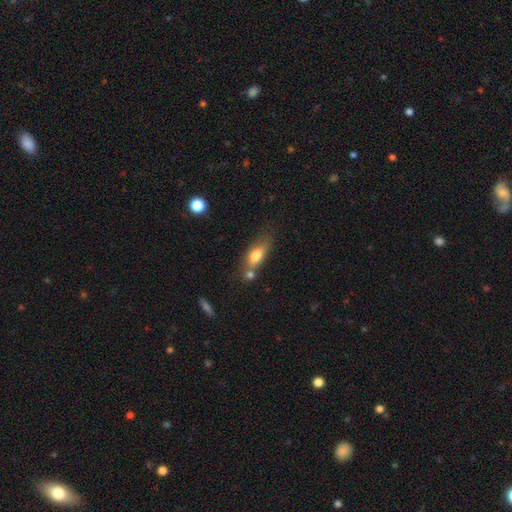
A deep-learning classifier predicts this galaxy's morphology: A smooth galaxy with no disk features (74%) that is in between round and cigar-shaped (74%).

Vote fractions:
- Smooth or featured? smooth: 74% / featured or disk: 17% / star or artifact: 8%
- How rounded? in between: 74% / cigar-shaped: 20% / round: 6%
- Merging? none: 46% / merger: 29% / minor disturbance: 18% / major disturbance: 7%